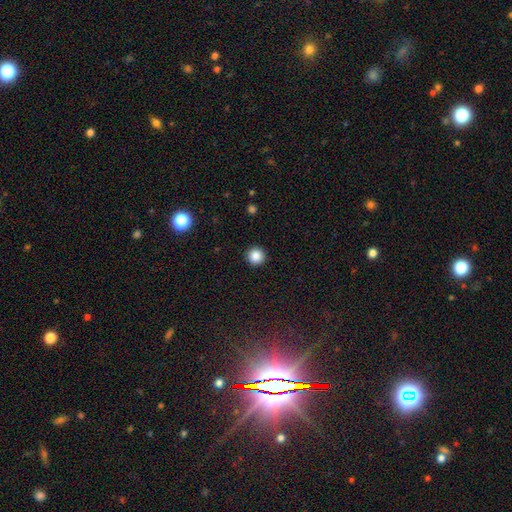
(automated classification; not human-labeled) Smooth or featured? Predicted: smooth (p=0.86). How rounded? Predicted: round (p=0.96). Merging? Predicted: none (p=0.93).